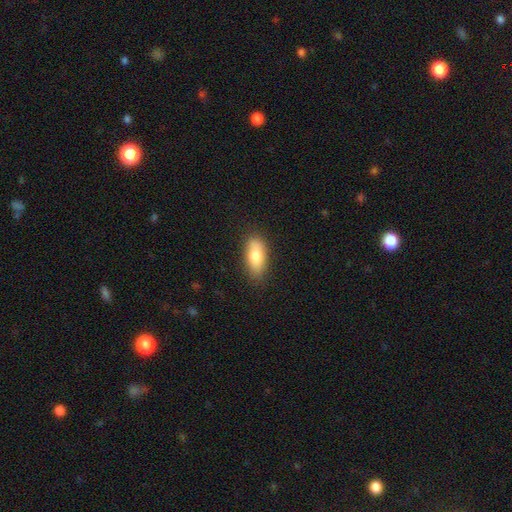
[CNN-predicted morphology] This appears to be a smooth galaxy with no disk features (80%) that is in between round and cigar-shaped (83%). Merging: none (82%).